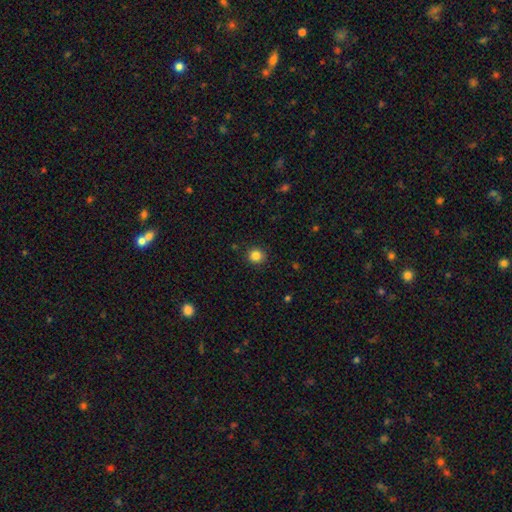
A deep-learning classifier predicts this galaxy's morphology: Smooth or featured?
  - smooth: 85% *
  - star or artifact: 11%
  - featured or disk: 4%
How rounded?
  - round: 91% *
  - in between: 8%
  - cigar-shaped: 1%
Merging?
  - none: 92% *
  - minor disturbance: 6%
  - major disturbance: 2%
  - merger: 1%